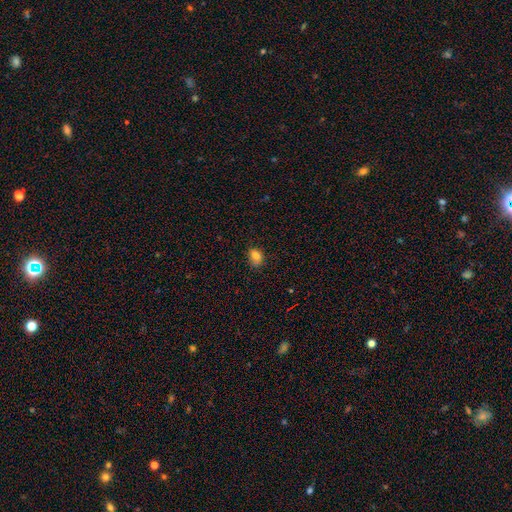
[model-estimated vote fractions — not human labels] This is clearly a smooth galaxy (83%). How rounded: likely in between (68%). Merging: likely none (70%).